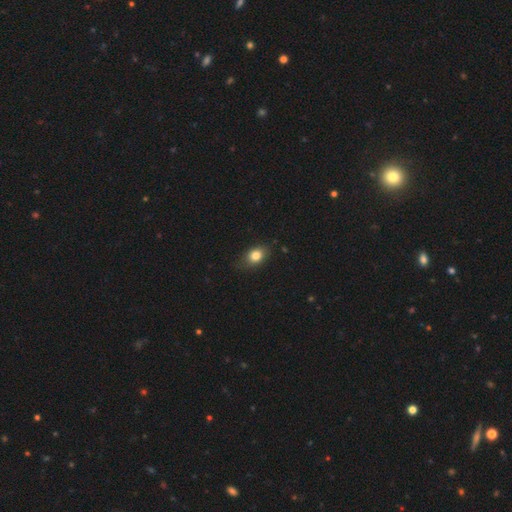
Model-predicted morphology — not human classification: This is clearly a smooth galaxy (81%). How rounded: likely in between (69%). Merging: likely none (76%).